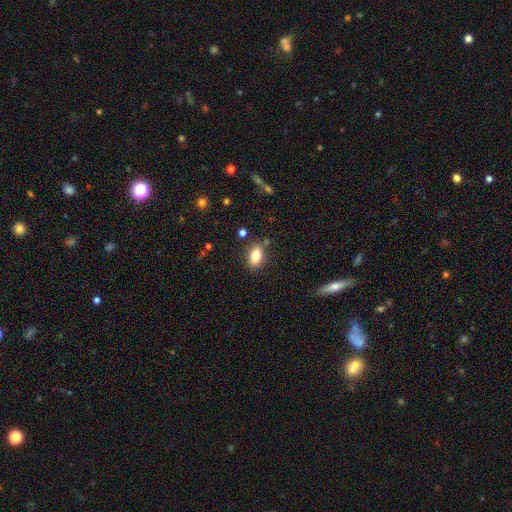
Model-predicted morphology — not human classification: Smooth or featured? Predicted: smooth (p=0.80). How rounded? Predicted: in between (p=0.83). Merging? Predicted: none (p=0.80).